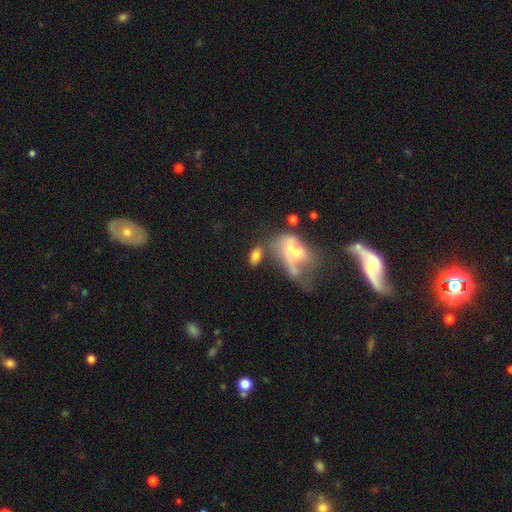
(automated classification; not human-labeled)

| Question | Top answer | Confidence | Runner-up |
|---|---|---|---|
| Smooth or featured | smooth | 67% | featured or disk (22%) |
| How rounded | in between | 87% | round (8%) |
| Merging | none | 37% | merger (34%) |